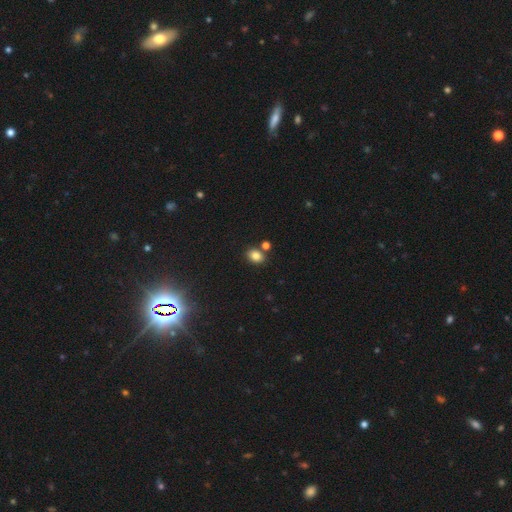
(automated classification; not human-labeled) smooth_or_featured: smooth (p=0.83) [alt: star or artifact p=0.11]
how_rounded: in between (p=0.59) [alt: round p=0.40]
merging: none (p=0.73) [alt: merger p=0.14]